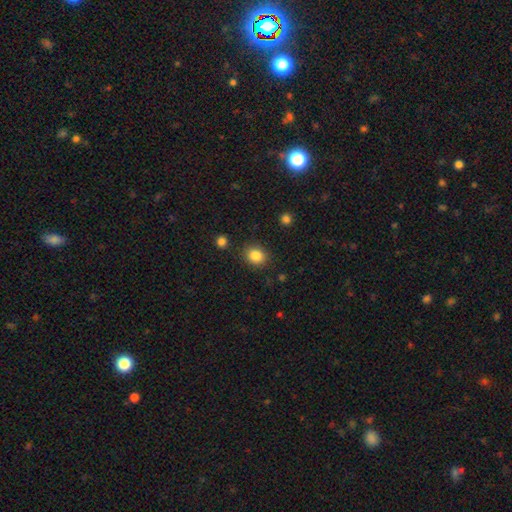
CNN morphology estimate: Smooth or featured: smooth — 85% (star or artifact — 10%)
How rounded: round — 74% (in between — 25%)
Merging: none — 87% (minor disturbance — 8%)